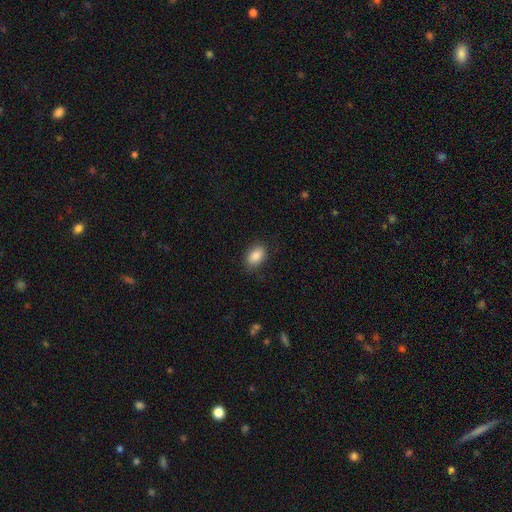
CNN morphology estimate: A smooth galaxy with no disk features (87%) that is in between round and cigar-shaped (88%).

Vote fractions:
- Smooth or featured? smooth: 87% / star or artifact: 7% / featured or disk: 6%
- How rounded? in between: 88% / round: 10% / cigar-shaped: 2%
- Merging? none: 84% / minor disturbance: 12% / major disturbance: 3% / merger: 1%